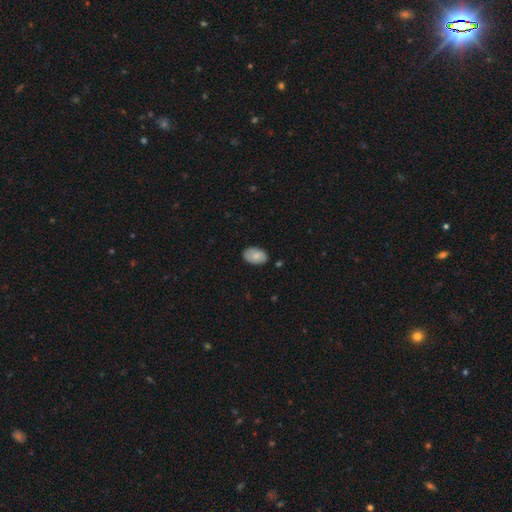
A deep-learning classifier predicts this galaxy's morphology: A smooth galaxy with no disk features (76%) that is in between round and cigar-shaped (90%).

Vote fractions:
- Smooth or featured? smooth: 76% / featured or disk: 18% / star or artifact: 6%
- How rounded? in between: 90% / round: 9% / cigar-shaped: 1%
- Merging? none: 80% / minor disturbance: 16% / major disturbance: 2% / merger: 2%